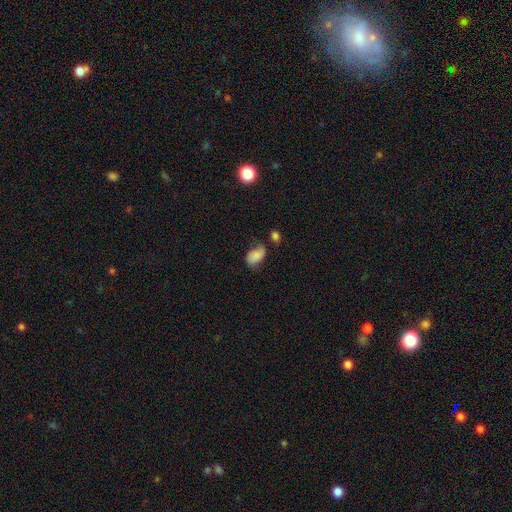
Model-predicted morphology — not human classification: A smooth galaxy with no disk features (73%) that is in between round and cigar-shaped (88%).

Vote fractions:
- Smooth or featured? smooth: 73% / featured or disk: 17% / star or artifact: 10%
- How rounded? in between: 88% / round: 11% / cigar-shaped: 1%
- Merging? none: 44% / minor disturbance: 32% / major disturbance: 16% / merger: 8%